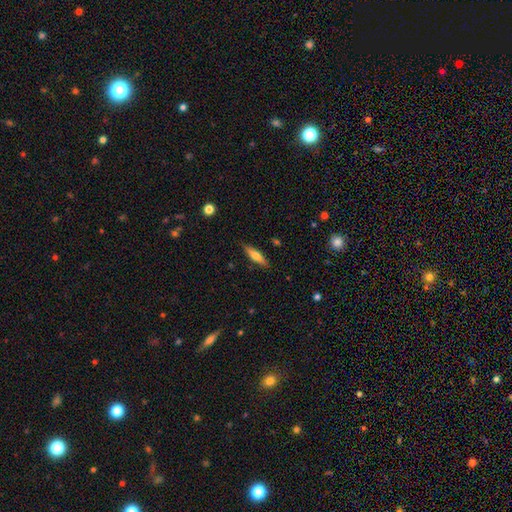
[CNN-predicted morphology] Q: Smooth or featured?
A: smooth (61%); runner-up: featured or disk (33%)
Q: How rounded?
A: cigar-shaped (72%); runner-up: in between (26%)
Q: Merging?
A: none (86%); runner-up: minor disturbance (10%)